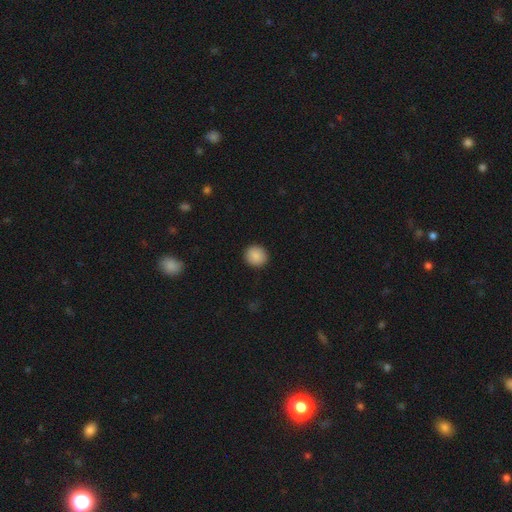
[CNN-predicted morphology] Smooth or featured?
  - smooth: 88% *
  - star or artifact: 8%
  - featured or disk: 4%
How rounded?
  - round: 88% *
  - in between: 11%
  - cigar-shaped: 1%
Merging?
  - none: 92% *
  - minor disturbance: 5%
  - major disturbance: 2%
  - merger: 1%